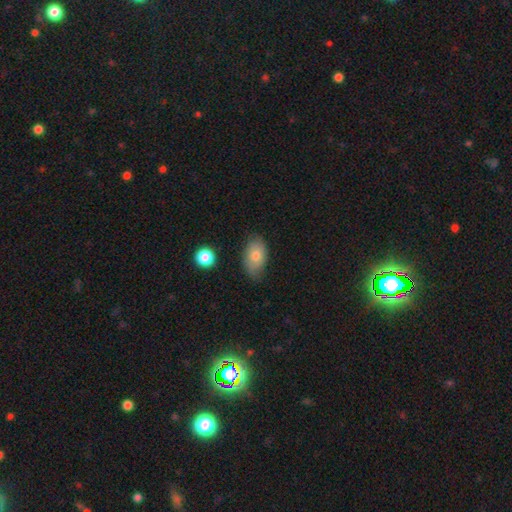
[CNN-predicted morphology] Q: Smooth or featured?
A: smooth (73%); runner-up: featured or disk (19%)
Q: How rounded?
A: in between (88%); runner-up: round (10%)
Q: Merging?
A: none (65%); runner-up: minor disturbance (28%)